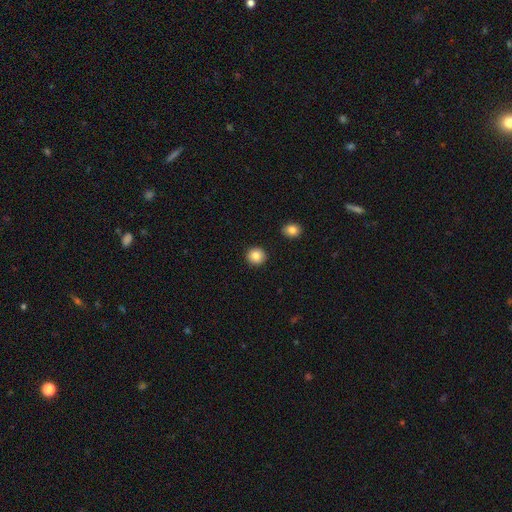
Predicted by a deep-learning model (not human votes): The model was most divided on "smooth or featured": smooth: 85%, star or artifact: 9%, featured or disk: 6%. More confident: merging — none (91%); how rounded — round (91%).